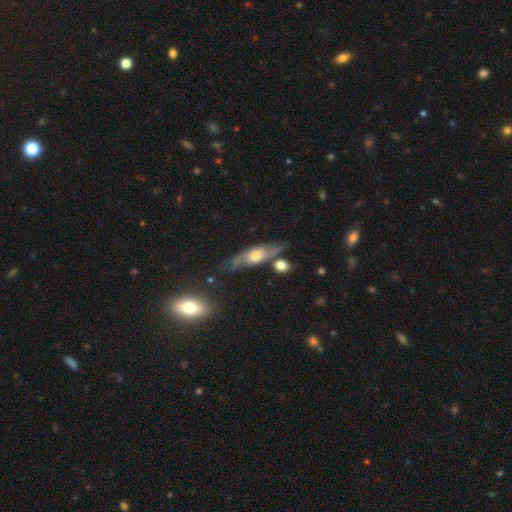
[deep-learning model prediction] A featured or disk galaxy (74%) with no bar (68%), spiral arms (87%) and a moderate central bulge (61%). Merging: none (62%).